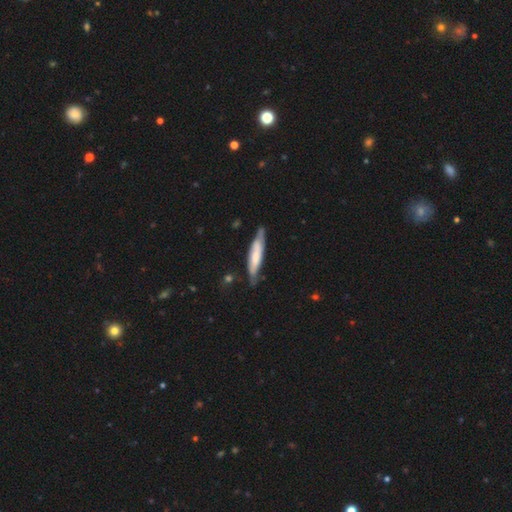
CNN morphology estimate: This appears to be a smooth galaxy with no disk features (51%) that is cigar-shaped (83%). Merging: none (70%).